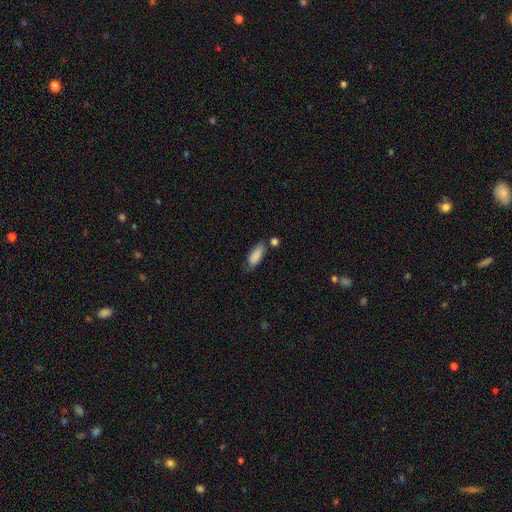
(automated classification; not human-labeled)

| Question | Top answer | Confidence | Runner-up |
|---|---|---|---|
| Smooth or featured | smooth | 84% | featured or disk (9%) |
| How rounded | in between | 77% | cigar-shaped (21%) |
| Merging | none | 57% | minor disturbance (25%) |